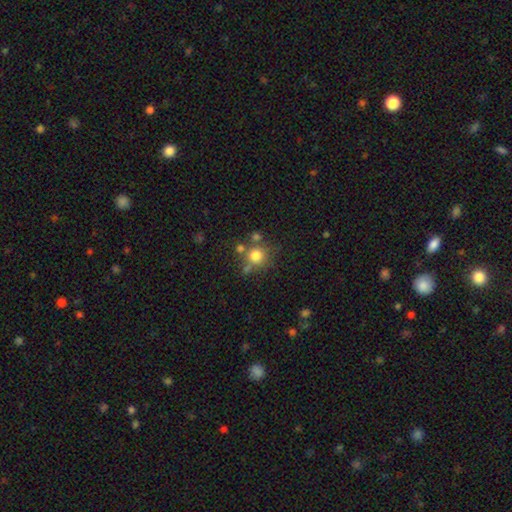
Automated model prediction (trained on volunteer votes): A smooth galaxy with no disk features (76%) that is round (91%). Merging: none (66%).